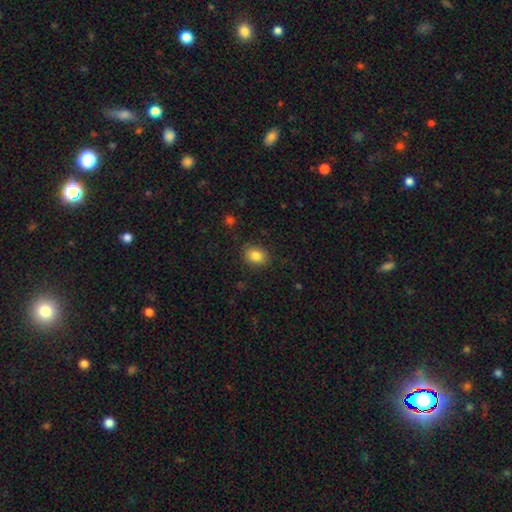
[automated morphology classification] This is clearly a smooth galaxy (84%). How rounded: likely in between (61%). Merging: clearly none (84%).